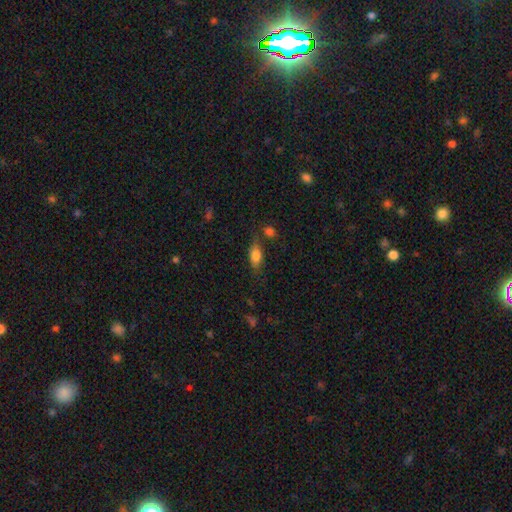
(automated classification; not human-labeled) A smooth galaxy with no disk features (75%) that is in between round and cigar-shaped (78%). Merging: none (68%).